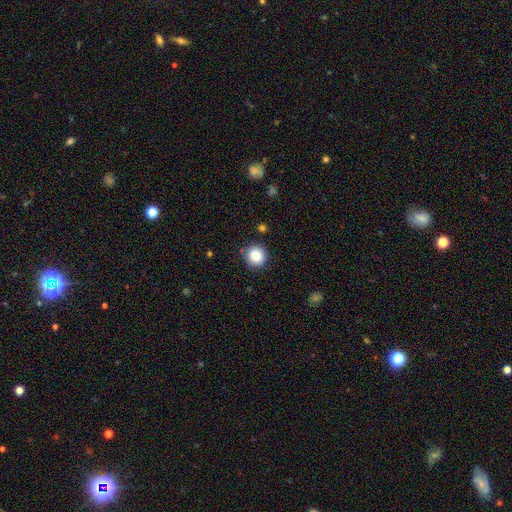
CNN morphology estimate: This appears to be a smooth galaxy with no disk features (84%) that is round (90%). Merging: none (89%).